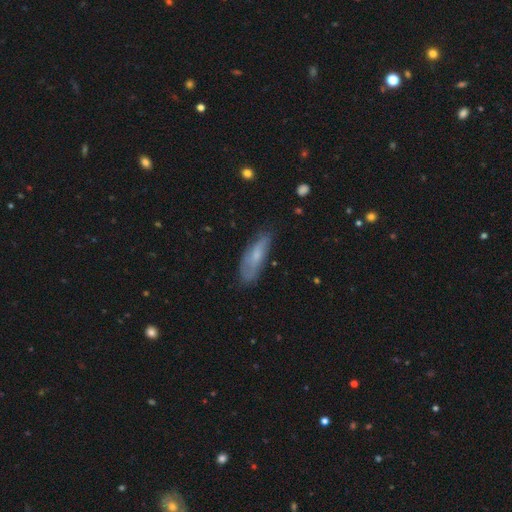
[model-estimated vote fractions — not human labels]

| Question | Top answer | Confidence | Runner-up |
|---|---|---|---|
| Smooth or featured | smooth | 56% | featured or disk (37%) |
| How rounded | in between | 52% | cigar-shaped (46%) |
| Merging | none | 67% | minor disturbance (24%) |